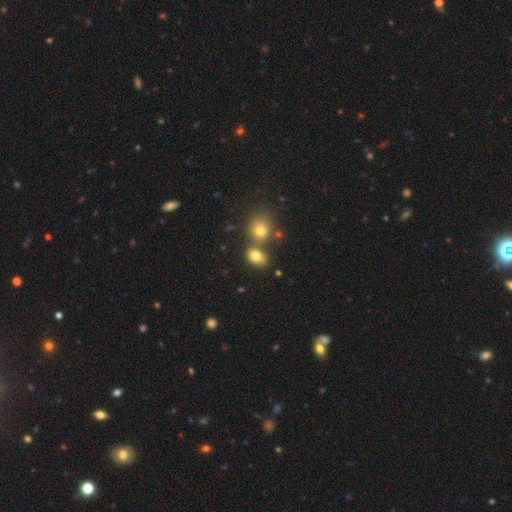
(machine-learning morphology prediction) Smooth or featured?
  - smooth: 78% *
  - star or artifact: 12%
  - featured or disk: 10%
How rounded?
  - in between: 67% *
  - round: 32%
  - cigar-shaped: 1%
Merging?
  - none: 54% *
  - merger: 32%
  - minor disturbance: 10%
  - major disturbance: 4%